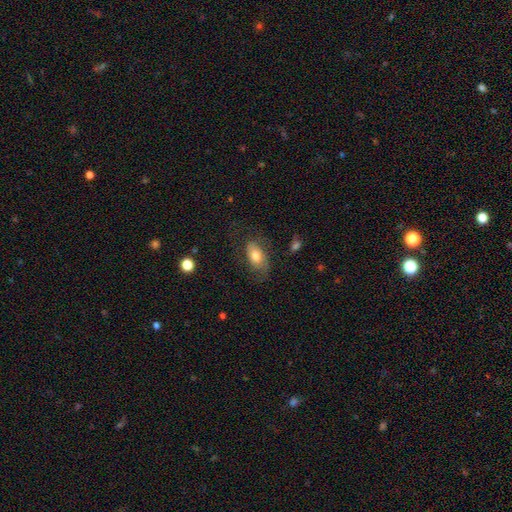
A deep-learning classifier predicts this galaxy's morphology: A smooth galaxy with no disk features (65%) that is in between round and cigar-shaped (90%). Merging: none (59%).